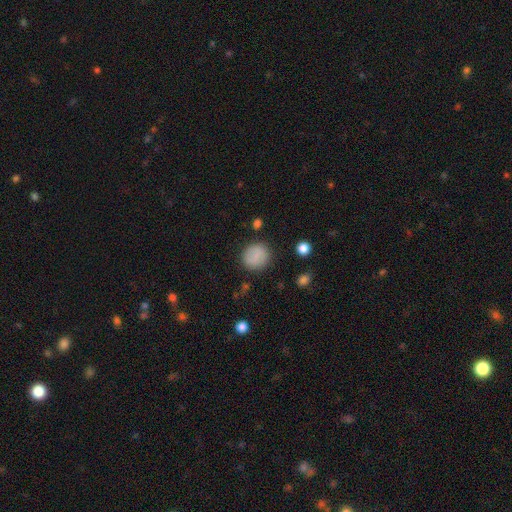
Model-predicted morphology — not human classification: This is clearly a smooth galaxy (83%). How rounded: clearly round (85%). Merging: clearly none (85%).